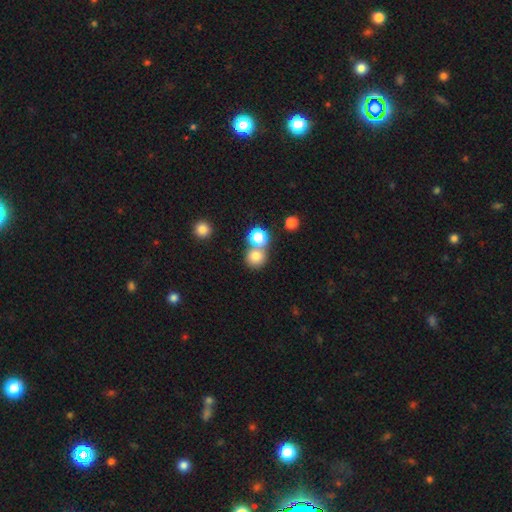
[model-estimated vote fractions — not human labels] This is likely a smooth galaxy (79%). How rounded: clearly round (84%). Merging: possibly none (49%).